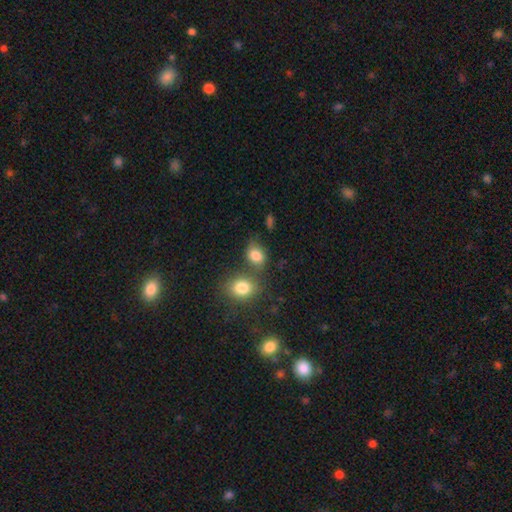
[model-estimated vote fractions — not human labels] smooth_or_featured: smooth (p=0.81) [alt: star or artifact p=0.11]
how_rounded: in between (p=0.58) [alt: round p=0.41]
merging: none (p=0.51) [alt: merger p=0.27]